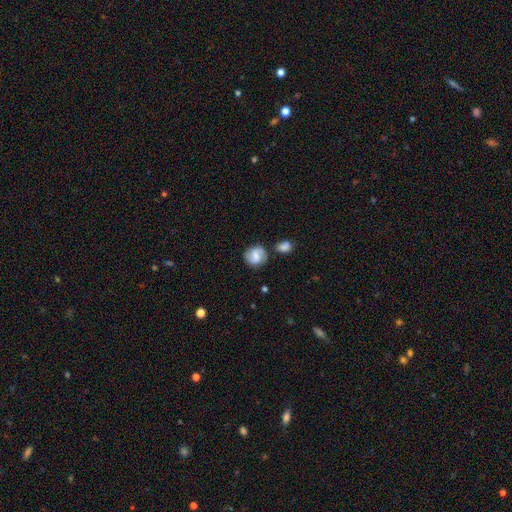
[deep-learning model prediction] A smooth galaxy with no disk features (48%). Merging: none (67%).